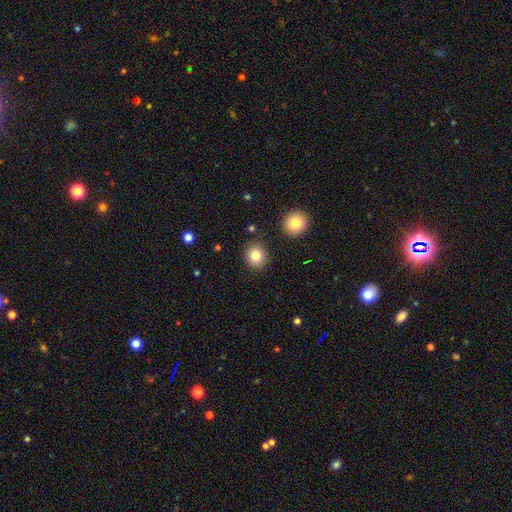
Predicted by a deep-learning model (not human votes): Morphology: type=smooth (82%); roundness=round (82%); merging=none (88%).